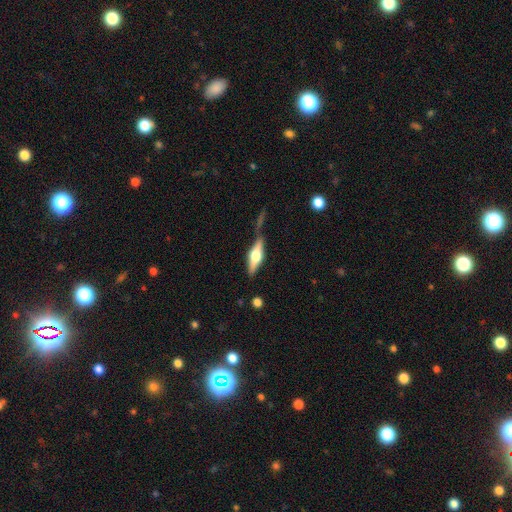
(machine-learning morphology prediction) This appears to be a featured or disk galaxy (59%) viewed edge-on (92%) with a rounded central bulge (91%). Merging: none (59%).